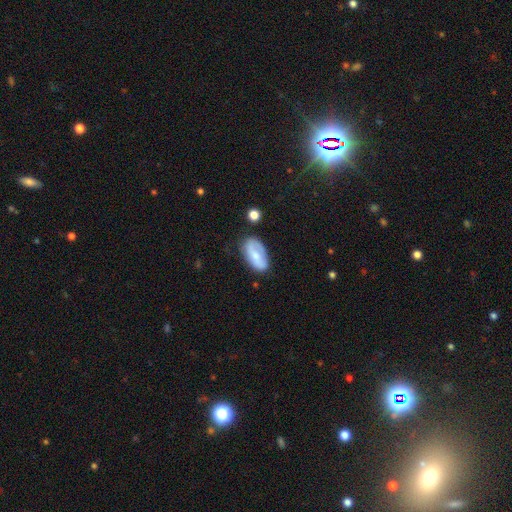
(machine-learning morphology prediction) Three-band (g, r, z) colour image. It shows a smooth galaxy with no disk features (51%) that is in between round and cigar-shaped (92%). Merging: none (65%).